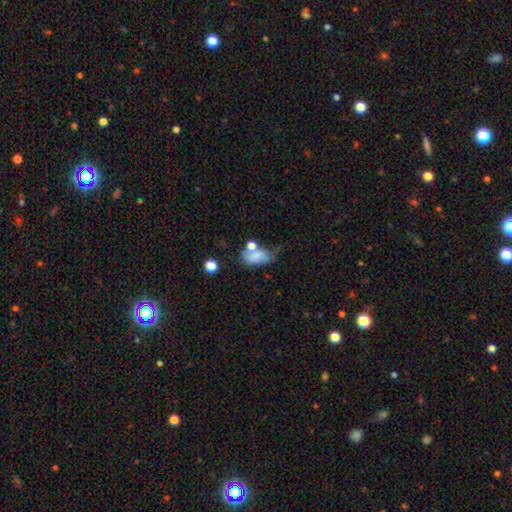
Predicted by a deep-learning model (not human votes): Morphology: type=smooth (71%); roundness=in between (87%); merging=none (27%).